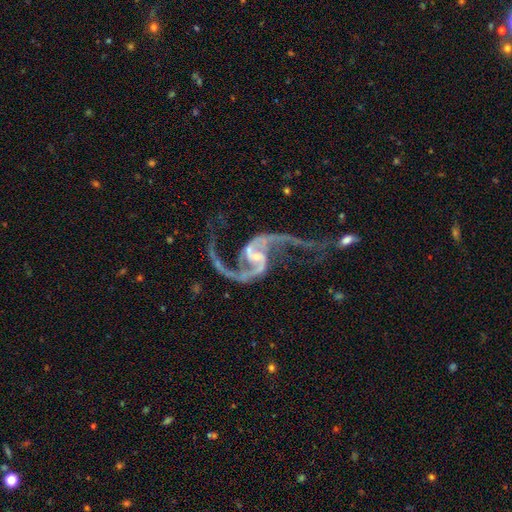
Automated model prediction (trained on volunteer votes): Morphology: type=featured or disk (94%); edge-on=no (98%); bar=weak (44%); spiral arms=yes (98%); winding=loose (74%); arm count=2 (94%); bulge=small (68%); merging=none (54%).